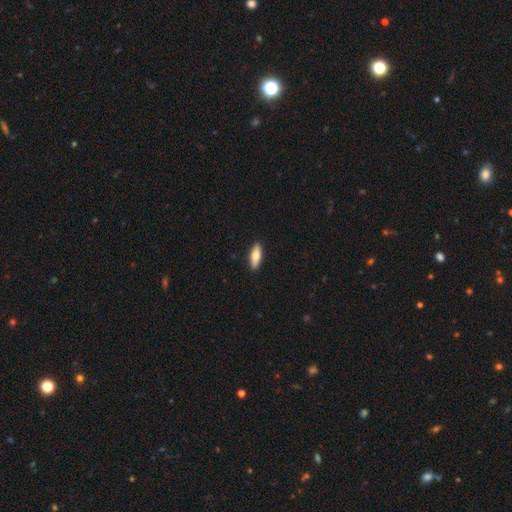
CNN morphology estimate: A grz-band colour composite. It shows a smooth galaxy with no disk features (70%) that is in between round and cigar-shaped (59%). Merging: none (91%).